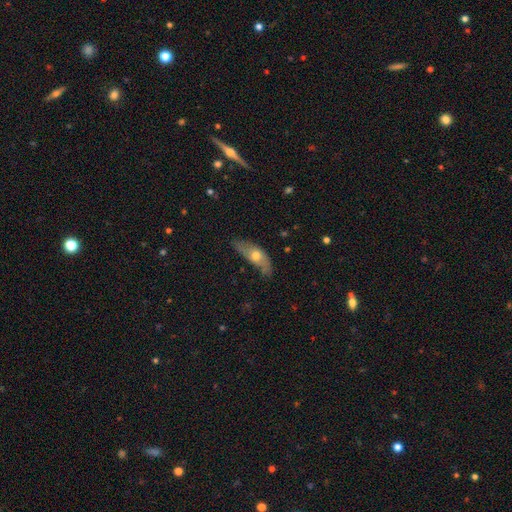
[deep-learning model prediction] Smooth or featured? Predicted: featured or disk (p=0.47). Merging? Predicted: none (p=0.65).